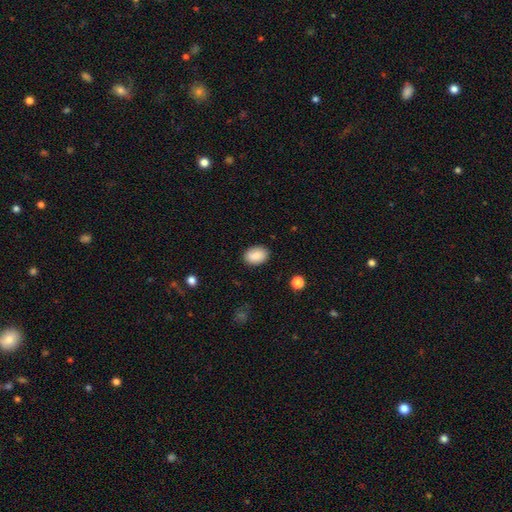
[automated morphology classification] Overall: smooth (87%). How rounded: in between (80%). Merging: none (86%).